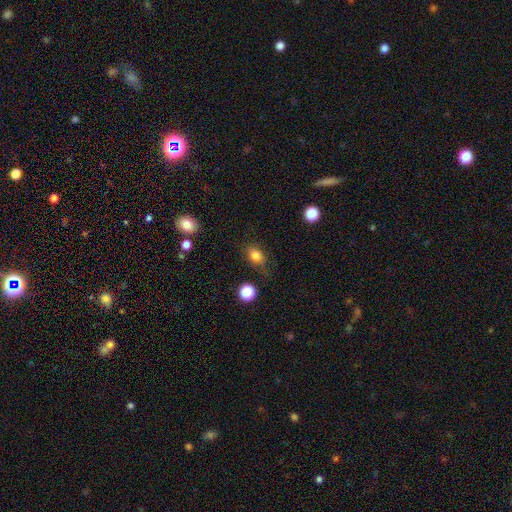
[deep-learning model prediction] smooth 82%, star or artifact 10%, featured or disk 8%. Down the decision tree: how rounded — in between (68%); merging — none (71%).